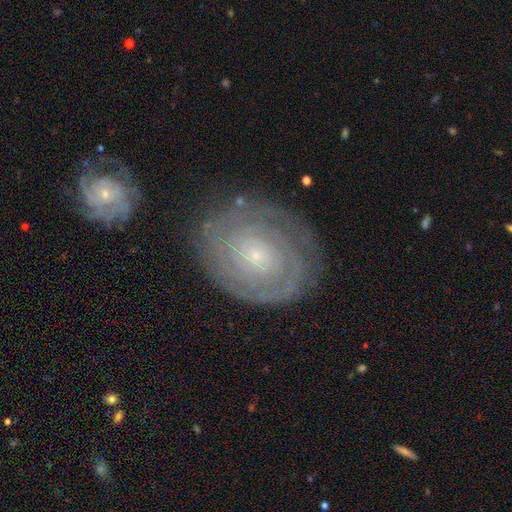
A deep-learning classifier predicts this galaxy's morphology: type=featured or disk (80%); edge-on=no (97%); bar=no (81%); spiral arms=yes (91%); winding=tight (85%); arm count=can't tell (40%); bulge=small (84%); merging=none (79%).